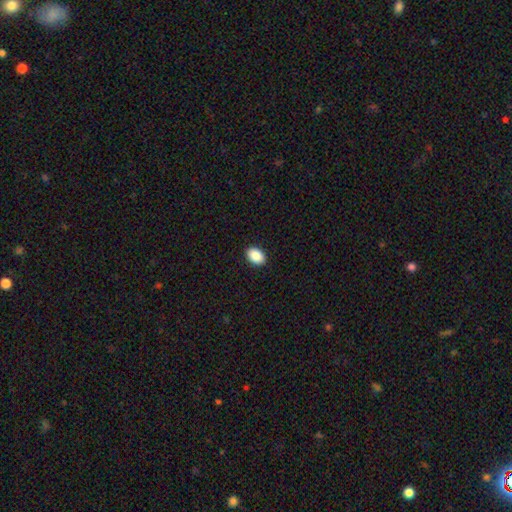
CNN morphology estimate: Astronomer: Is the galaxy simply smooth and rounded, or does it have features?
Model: smooth — 90%.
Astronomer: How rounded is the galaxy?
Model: in between — 84%.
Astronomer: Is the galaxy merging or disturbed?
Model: none — 91%.